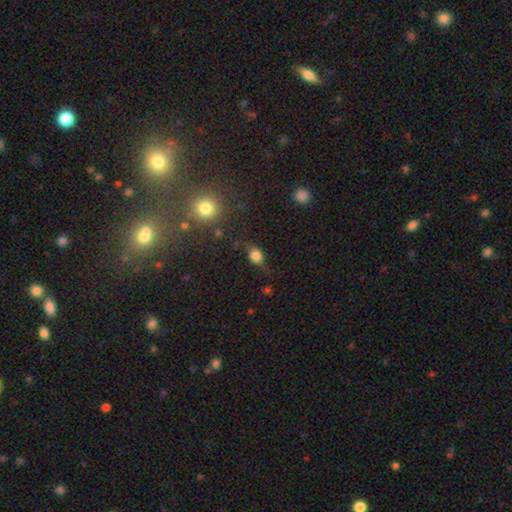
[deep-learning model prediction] Overall: smooth (73%). How rounded: in between (55%; round 42%). Merging: none (60%; minor disturbance 26%).